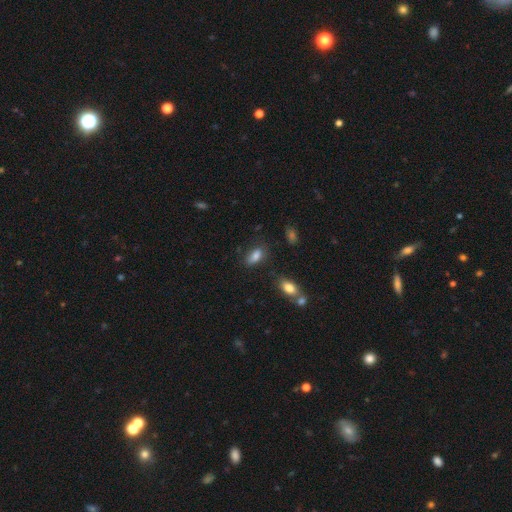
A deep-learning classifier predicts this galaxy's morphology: smooth 83%, star or artifact 10%, featured or disk 7%. Down the decision tree: how rounded — in between (86%); merging — none (69%).